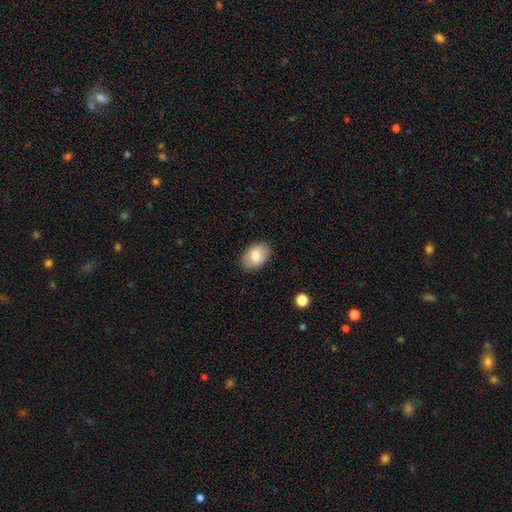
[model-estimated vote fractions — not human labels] A smooth galaxy with no disk features (77%) that is in between round and cigar-shaped (88%). Merging: none (86%).